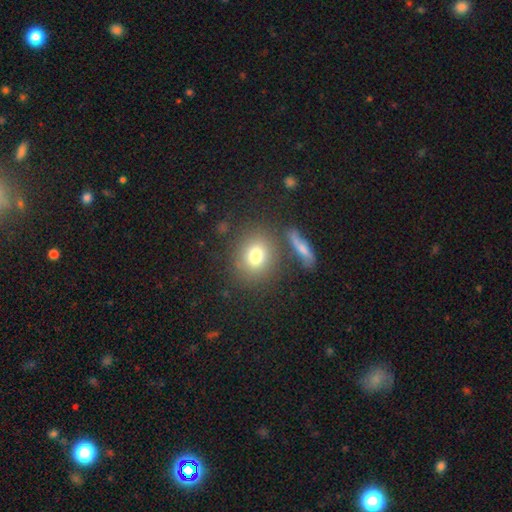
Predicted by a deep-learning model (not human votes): smooth_or_featured: smooth (p=0.77) [alt: featured or disk p=0.12]
how_rounded: round (p=0.71) [alt: in between p=0.27]
merging: none (p=0.76) [alt: minor disturbance p=0.10]